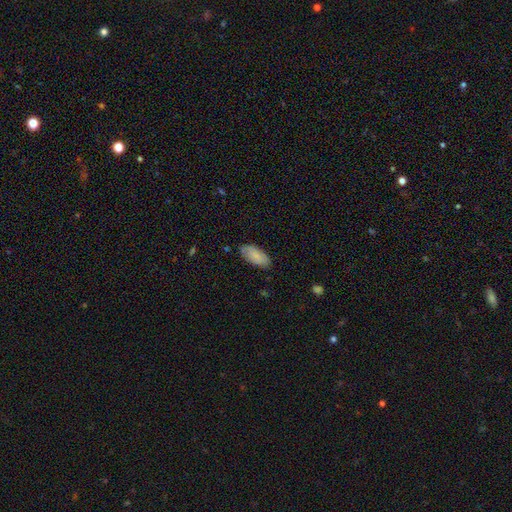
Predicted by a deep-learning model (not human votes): smooth-or-featured: smooth: 86% | featured or disk: 8% | star or artifact: 6%
  how-rounded: in between: 90% | cigar-shaped: 8% | round: 2%
  merging: none: 82% | minor disturbance: 14% | major disturbance: 3% | merger: 1%